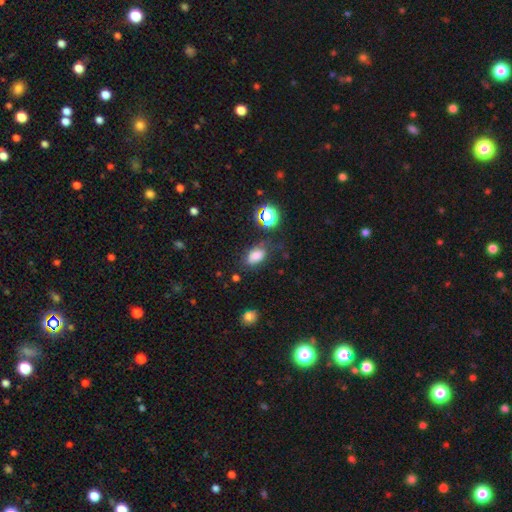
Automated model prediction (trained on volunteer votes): This appears to be a smooth galaxy with no disk features (78%) that is in between round and cigar-shaped (86%). Merging: none (72%).